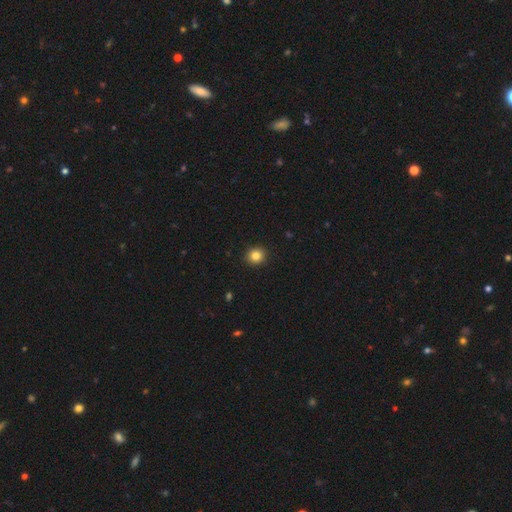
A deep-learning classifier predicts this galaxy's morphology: smooth-or-featured: smooth: 84% | star or artifact: 11% | featured or disk: 5%
  how-rounded: round: 88% | in between: 12% | cigar-shaped: 1%
  merging: none: 92% | minor disturbance: 5% | major disturbance: 2% | merger: 1%